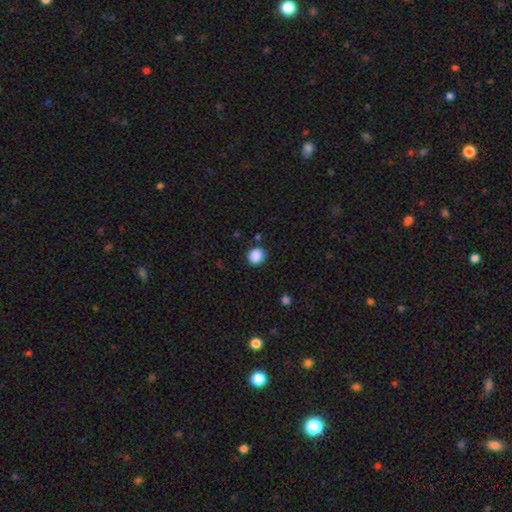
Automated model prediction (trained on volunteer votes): This is clearly a smooth galaxy (88%). How rounded: likely round (78%). Merging: clearly none (87%).